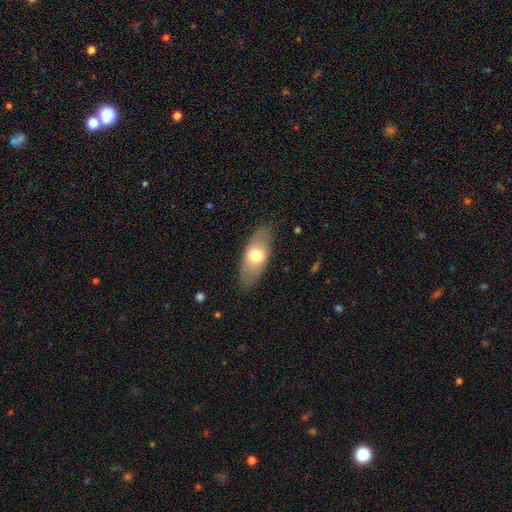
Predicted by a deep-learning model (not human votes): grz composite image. It shows a smooth galaxy with no disk features (66%) that is in between round and cigar-shaped (82%). Merging: none (84%).